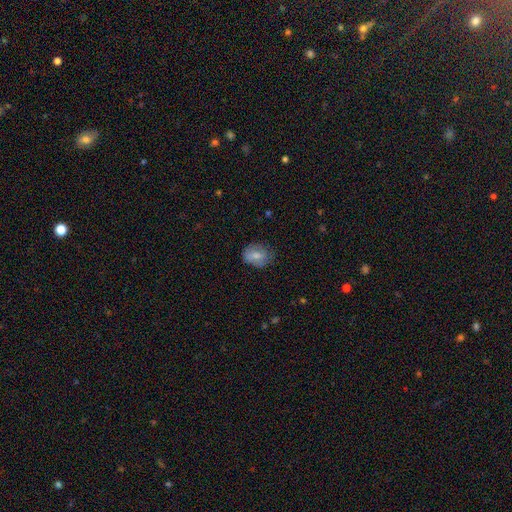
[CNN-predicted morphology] A smooth galaxy with no disk features (67%) that is in between round and cigar-shaped (59%).

Vote fractions:
- Smooth or featured? smooth: 67% / featured or disk: 25% / star or artifact: 8%
- How rounded? in between: 59% / round: 40% / cigar-shaped: 1%
- Merging? none: 64% / minor disturbance: 26% / major disturbance: 8% / merger: 1%